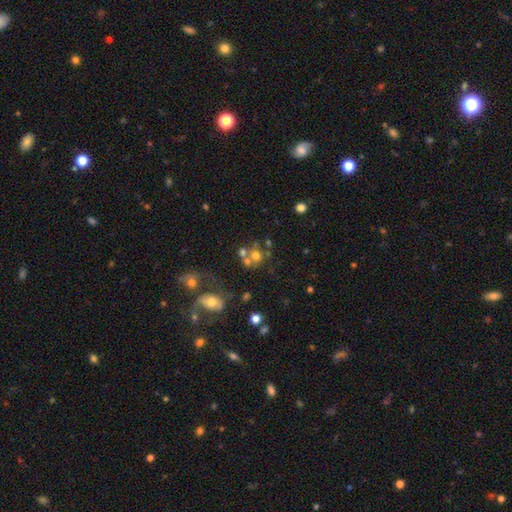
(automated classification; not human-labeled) Smooth or featured? Predicted: smooth (p=0.59). How rounded? Predicted: round (p=0.79). Merging? Predicted: merger (p=0.42).